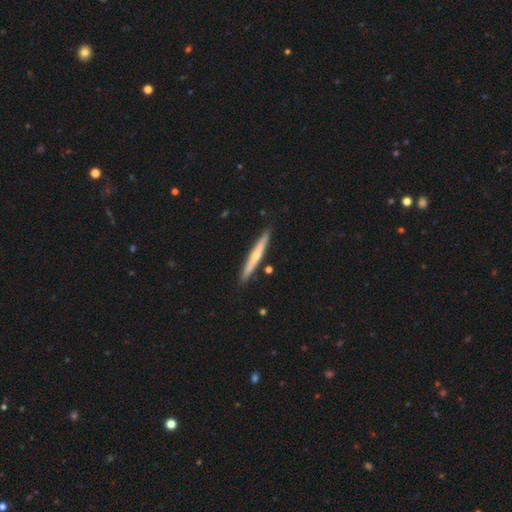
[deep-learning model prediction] Q: Smooth or featured?
A: featured or disk (57%); runner-up: smooth (37%)
Q: Edge-on disk?
A: yes (96%); runner-up: no (4%)
Q: Edge-on bulge?
A: rounded (74%); runner-up: none (23%)
Q: Merging?
A: none (88%); runner-up: minor disturbance (8%)